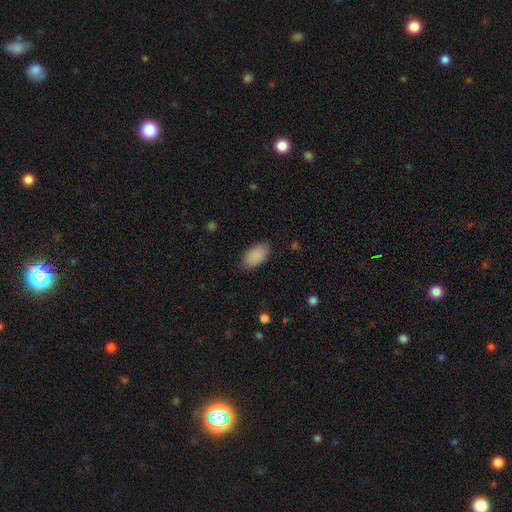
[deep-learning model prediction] Overall: smooth (90%). How rounded: in between (94%). Merging: none (84%).